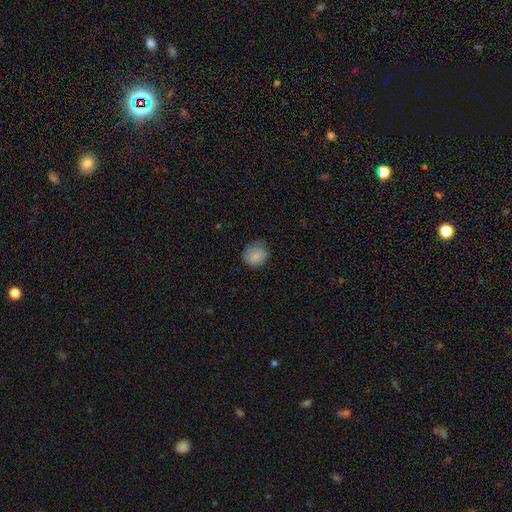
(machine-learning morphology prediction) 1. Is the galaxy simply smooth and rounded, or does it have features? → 83% smooth, 9% featured or disk, 8% star or artifact.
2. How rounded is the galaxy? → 82% round, 17% in between, 1% cigar-shaped.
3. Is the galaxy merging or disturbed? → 73% none, 21% minor disturbance, 5% major disturbance, 1% merger.